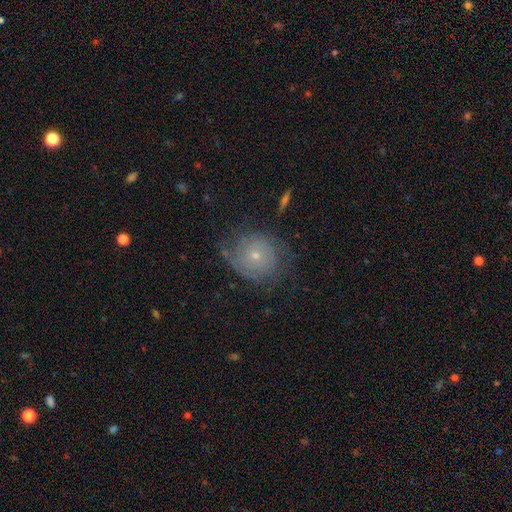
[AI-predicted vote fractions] This appears to be a featured or disk galaxy (62%) with no bar (85%), spiral arms (81%) and a small central bulge (72%). Merging: none (62%).